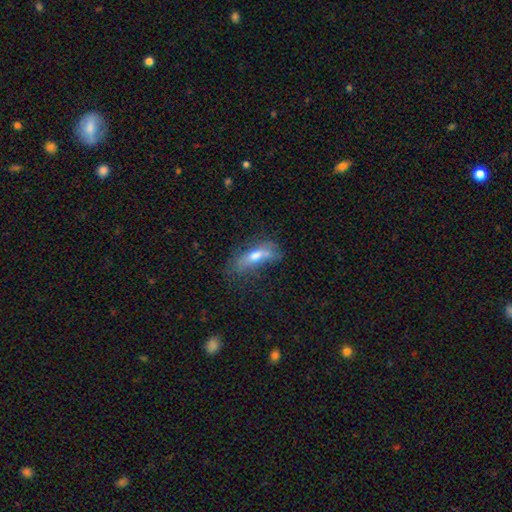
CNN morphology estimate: A smooth galaxy with no disk features (56%) that is in between round and cigar-shaped (54%). Merging: none (43%).